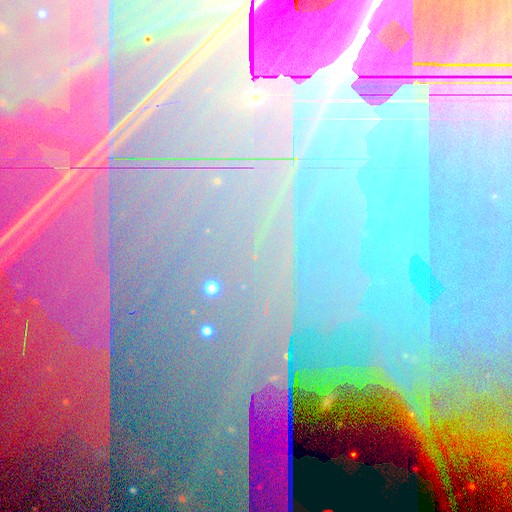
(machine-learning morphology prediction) Smooth or featured? star or artifact (83%)